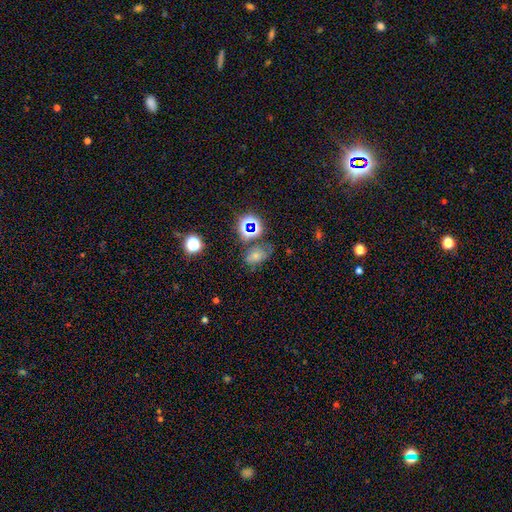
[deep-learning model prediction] Q: Smooth or featured?
A: smooth (54%); runner-up: star or artifact (30%)
Q: How rounded?
A: in between (76%); runner-up: round (22%)
Q: Merging?
A: none (54%); runner-up: minor disturbance (25%)